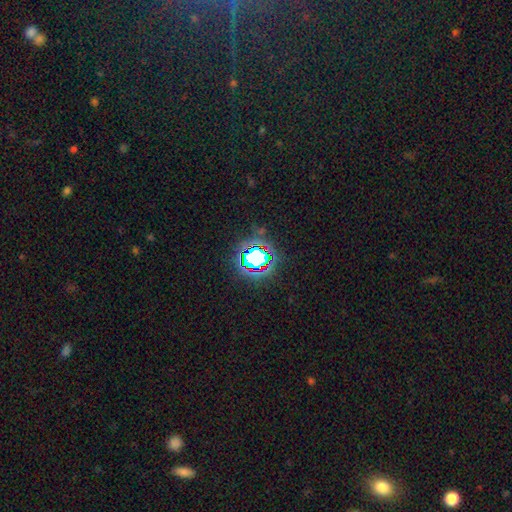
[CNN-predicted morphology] A star or artifact, not a galaxy (67%).

Vote fractions:
- Smooth or featured? star or artifact: 67% / smooth: 20% / featured or disk: 12%